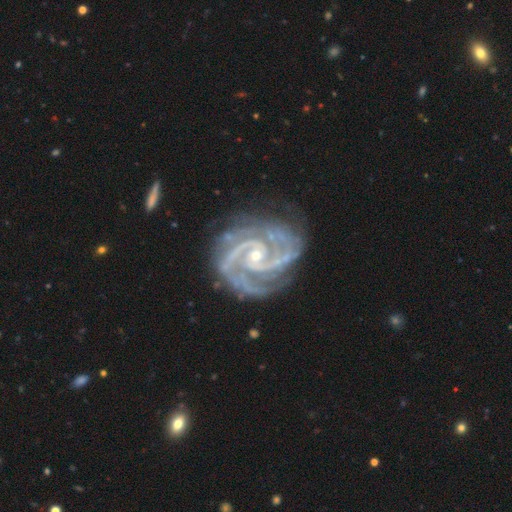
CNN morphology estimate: This is clearly a featured or disk galaxy (94%). It is clearly not viewed edge-on (98%). Bar: possibly no (56%). Spiral arm pattern: clearly yes (99%). Spiral arm count: likely 2 (63%). Spiral winding: likely tight (61%). Central bulge: likely small (71%). Merging: likely none (73%).